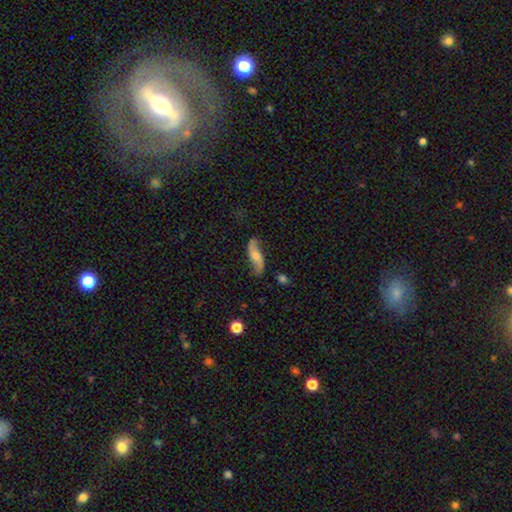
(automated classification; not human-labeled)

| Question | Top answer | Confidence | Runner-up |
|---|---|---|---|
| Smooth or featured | featured or disk | 61% | smooth (32%) |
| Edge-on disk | no | 85% | yes (15%) |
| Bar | no | 57% | weak (33%) |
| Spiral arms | yes | 91% | no (9%) |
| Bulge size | moderate | 35% | small (26%) |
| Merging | none | 74% | minor disturbance (18%) |